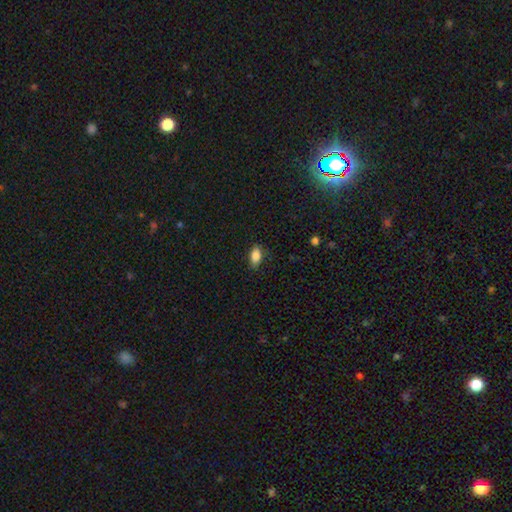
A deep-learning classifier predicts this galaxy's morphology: Smooth or featured: smooth — 84% (star or artifact — 9%)
How rounded: in between — 88% (round — 6%)
Merging: none — 81% (minor disturbance — 15%)